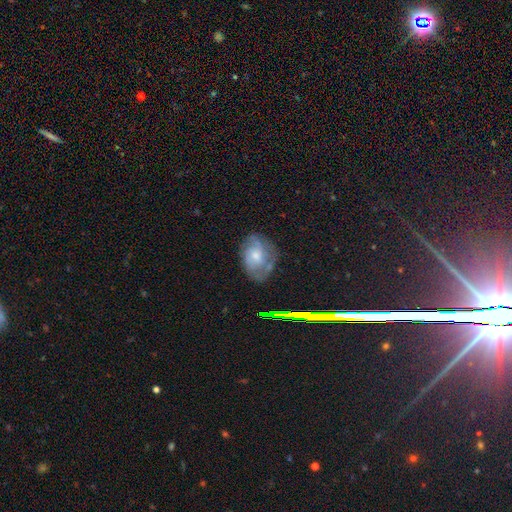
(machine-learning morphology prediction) Smooth or featured?
  - featured or disk: 53% *
  - smooth: 38%
  - star or artifact: 9%
Edge-on disk?
  - no: 96% *
  - yes: 4%
Bar?
  - no: 67% *
  - weak: 28%
  - strong: 4%
Spiral arms?
  - yes: 69% *
  - no: 31%
Bulge size?
  - moderate: 47% *
  - small: 37%
  - large: 8%
  - none: 7%
  - dominant: 1%
Merging?
  - none: 59% *
  - minor disturbance: 26%
  - major disturbance: 12%
  - merger: 3%